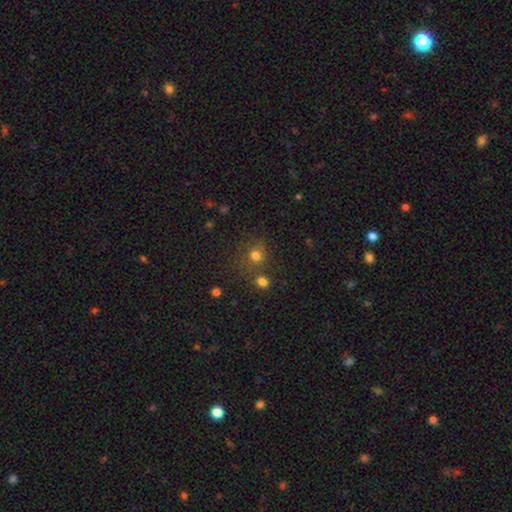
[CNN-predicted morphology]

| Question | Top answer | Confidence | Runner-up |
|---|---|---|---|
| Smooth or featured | smooth | 74% | star or artifact (18%) |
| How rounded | round | 86% | in between (13%) |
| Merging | none | 69% | merger (15%) |